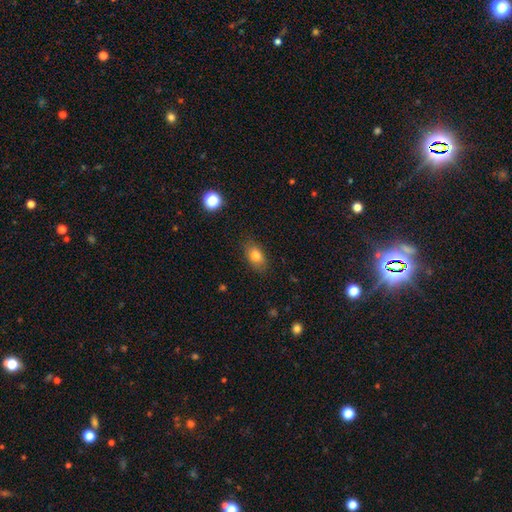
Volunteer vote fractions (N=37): Smooth or featured? smooth (92%)
How rounded? in between (91%)
Merging? none (86%)